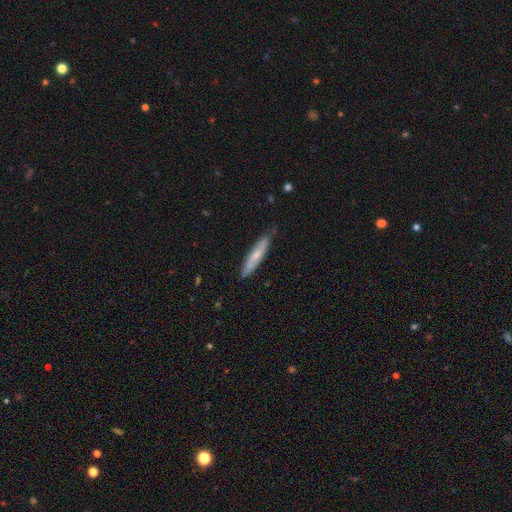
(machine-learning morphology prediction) smooth 59%, featured or disk 35%, star or artifact 5%. Down the decision tree: how rounded — cigar-shaped (84%); merging — none (77%).